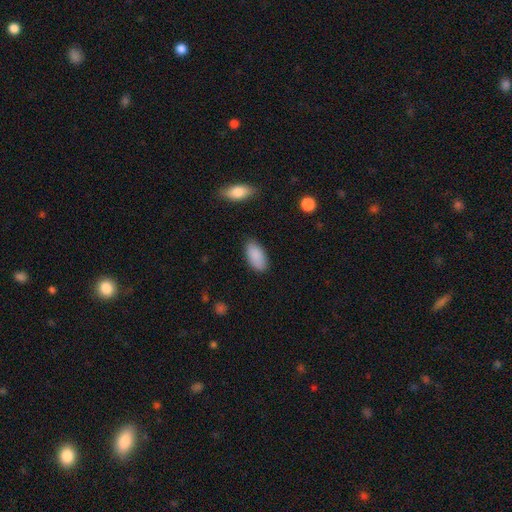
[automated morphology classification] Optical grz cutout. It shows a smooth galaxy with no disk features (88%) that is in between round and cigar-shaped (93%). Merging: none (84%).